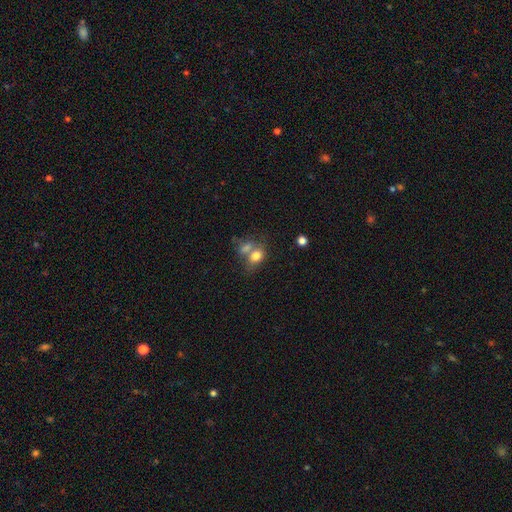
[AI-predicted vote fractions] Overall: smooth (76%). How rounded: in between (68%; round 30%). Merging: merger (51%; none 30%).